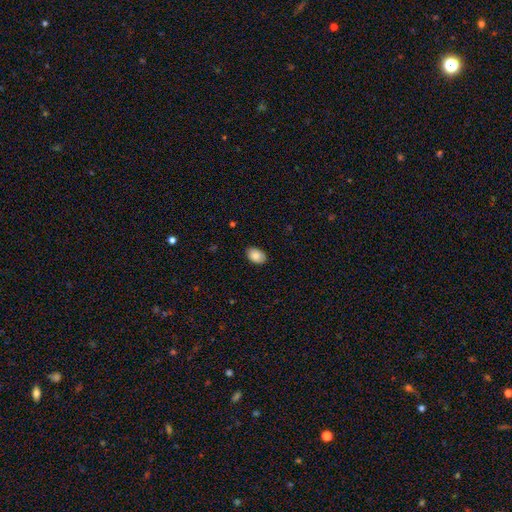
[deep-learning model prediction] Q: Smooth or featured?
A: smooth (87%); runner-up: star or artifact (7%)
Q: How rounded?
A: in between (86%); runner-up: round (13%)
Q: Merging?
A: none (86%); runner-up: minor disturbance (11%)